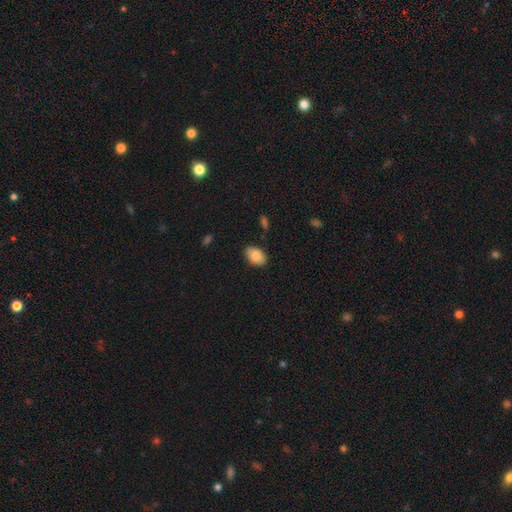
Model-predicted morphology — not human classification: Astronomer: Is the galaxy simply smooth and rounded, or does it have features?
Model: smooth — 86%.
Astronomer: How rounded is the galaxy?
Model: in between — 86%.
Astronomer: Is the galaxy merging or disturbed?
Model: none — 83%.